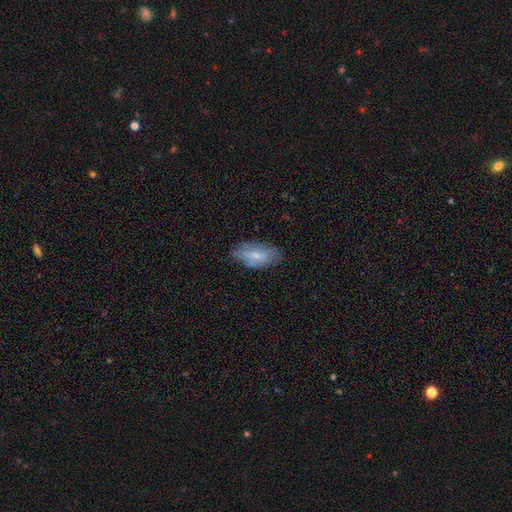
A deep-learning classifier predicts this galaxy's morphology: smooth 61%, featured or disk 31%, star or artifact 8%. Down the decision tree: how rounded — in between (88%); merging — none (68%).